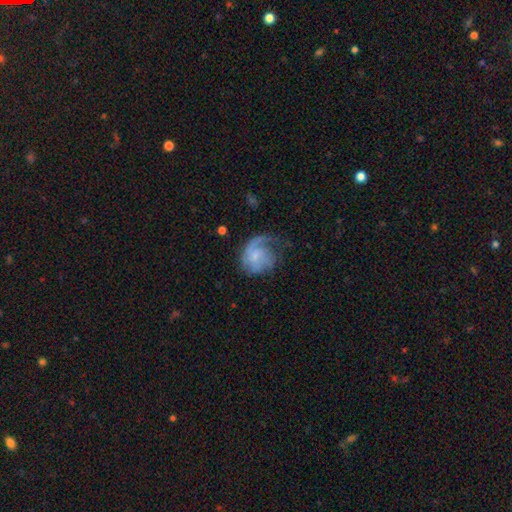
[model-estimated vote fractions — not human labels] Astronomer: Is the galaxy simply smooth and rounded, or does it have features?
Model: featured or disk — 60%.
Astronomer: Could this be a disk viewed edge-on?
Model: no — 98%.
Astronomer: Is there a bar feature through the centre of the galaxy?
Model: no — 63%.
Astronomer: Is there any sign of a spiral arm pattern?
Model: yes — 84%.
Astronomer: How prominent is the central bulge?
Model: small — 44% (runner-up: none, 27%).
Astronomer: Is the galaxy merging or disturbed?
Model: none — 39% (runner-up: major disturbance, 35%).